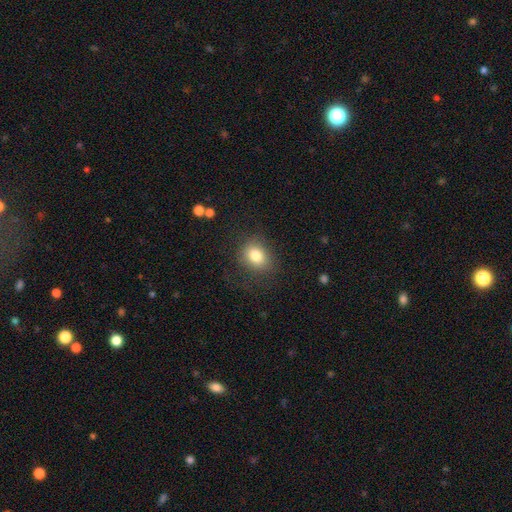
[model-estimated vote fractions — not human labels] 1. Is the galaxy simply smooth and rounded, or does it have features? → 81% smooth, 11% star or artifact, 9% featured or disk.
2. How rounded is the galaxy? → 58% round, 41% in between, 1% cigar-shaped.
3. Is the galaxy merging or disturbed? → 77% none, 14% minor disturbance, 7% major disturbance, 1% merger.